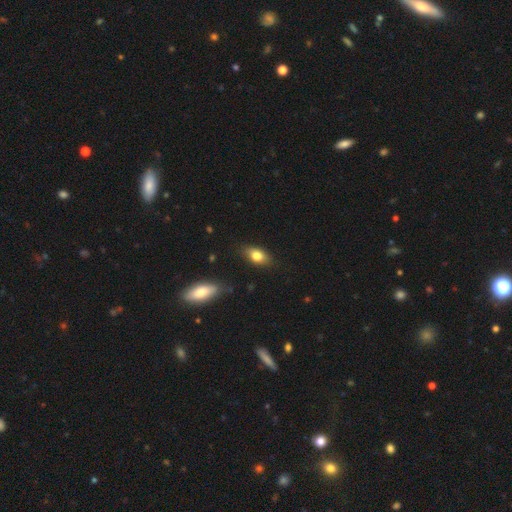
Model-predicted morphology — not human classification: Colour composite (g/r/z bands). It shows a smooth galaxy with no disk features (77%) that is in between round and cigar-shaped (84%). Merging: none (82%).